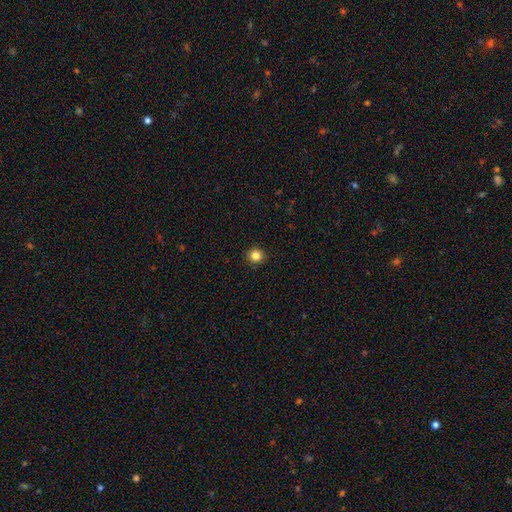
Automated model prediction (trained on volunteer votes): A smooth galaxy with no disk features (83%) that is round (91%).

Vote fractions:
- Smooth or featured? smooth: 83% / star or artifact: 12% / featured or disk: 5%
- How rounded? round: 91% / in between: 8% / cigar-shaped: 1%
- Merging? none: 93% / minor disturbance: 5% / major disturbance: 2% / merger: 1%